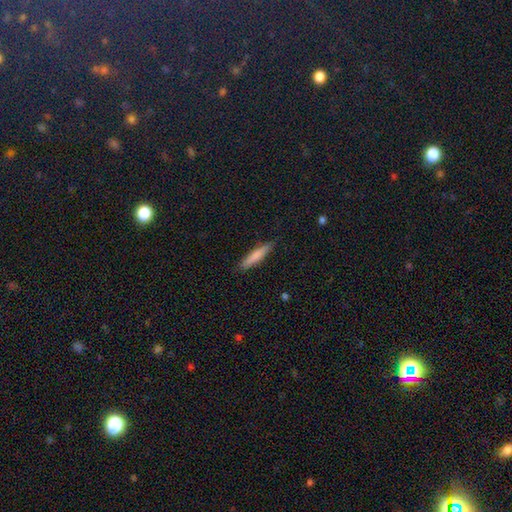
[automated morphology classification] This is likely a smooth galaxy (75%). How rounded: clearly cigar-shaped (88%). Merging: clearly none (87%).